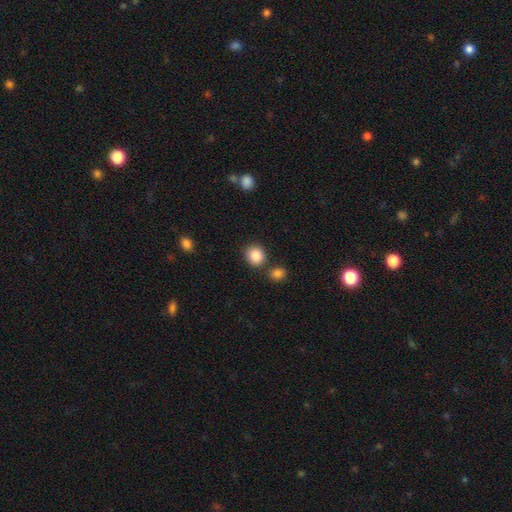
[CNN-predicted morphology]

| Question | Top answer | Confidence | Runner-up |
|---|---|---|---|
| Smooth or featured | smooth | 87% | star or artifact (9%) |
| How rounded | round | 82% | in between (17%) |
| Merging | none | 76% | merger (11%) |